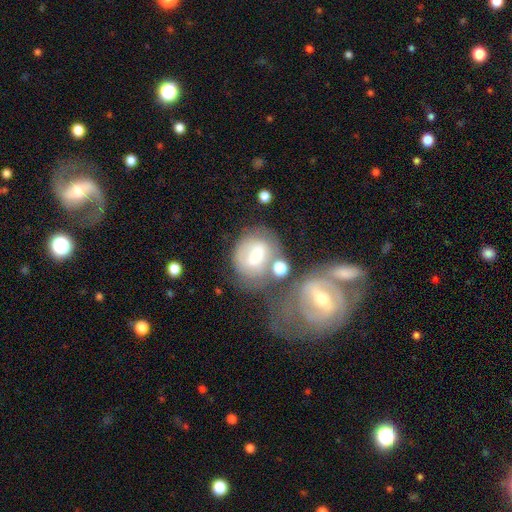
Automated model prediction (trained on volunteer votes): This is possibly a smooth galaxy (52%). How rounded: possibly in between (50%). Merging: marginally none (38%).